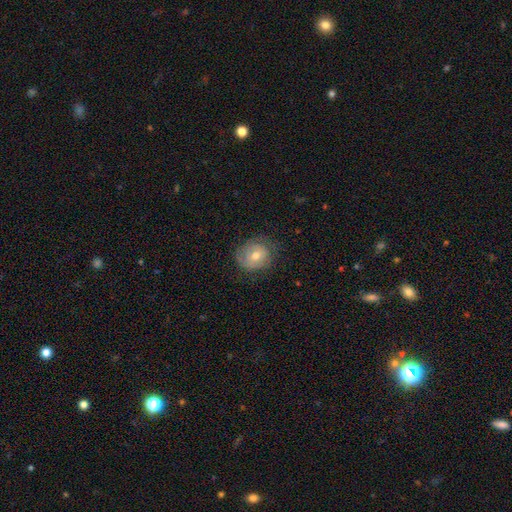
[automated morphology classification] Smooth or featured: featured or disk — 46% (smooth — 45%)
Merging: none — 70% (minor disturbance — 21%)